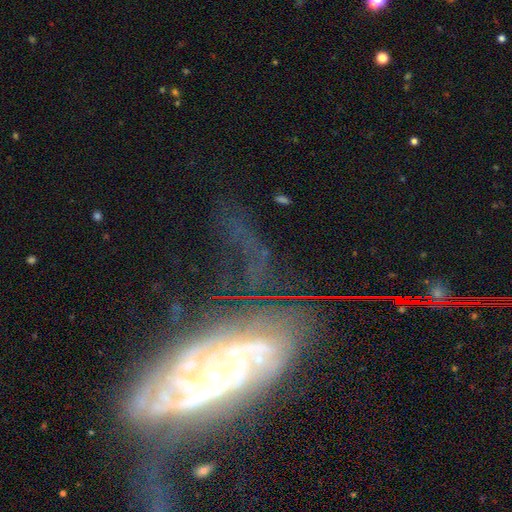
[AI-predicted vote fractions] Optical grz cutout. It shows a featured or disk galaxy (82%) with no bar (67%), tight (63%) spiral arms (94%) and a small central bulge (81%). Merging: none (55%).